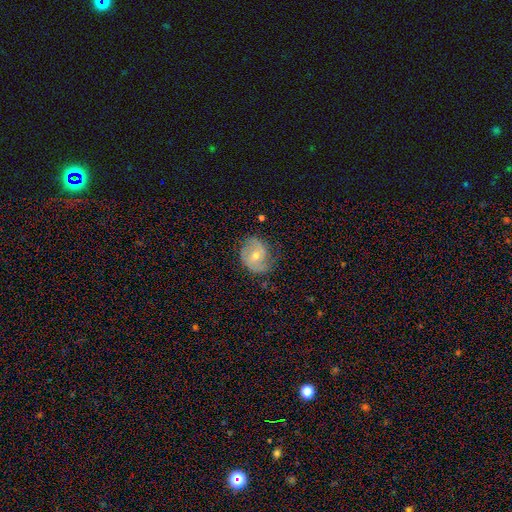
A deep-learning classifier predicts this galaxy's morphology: This is likely a featured or disk galaxy (70%). It is clearly not viewed edge-on (97%). Bar: possibly no (50%). Spiral arm pattern: clearly yes (87%). Spiral arm count: likely 2 (72%). Spiral winding: marginally medium (44%). Central bulge: possibly moderate (54%). Merging: likely none (70%).